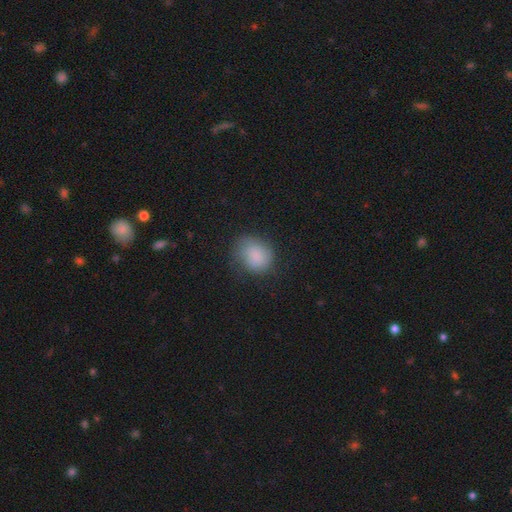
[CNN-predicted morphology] Q: Smooth or featured?
A: smooth (84%); runner-up: star or artifact (8%)
Q: How rounded?
A: round (58%); runner-up: in between (41%)
Q: Merging?
A: none (66%); runner-up: minor disturbance (24%)